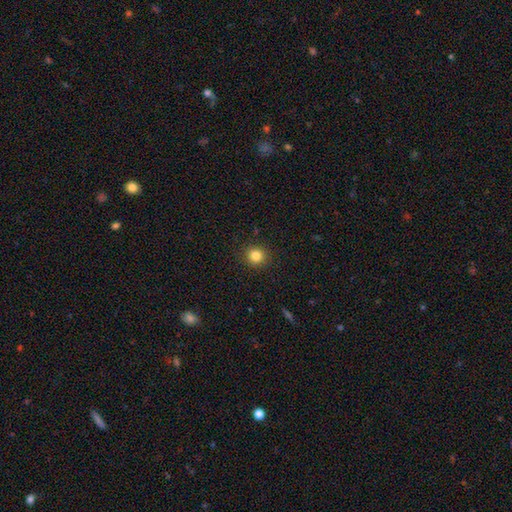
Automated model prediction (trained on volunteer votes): Overall: smooth (83%). How rounded: round (91%). Merging: none (91%).